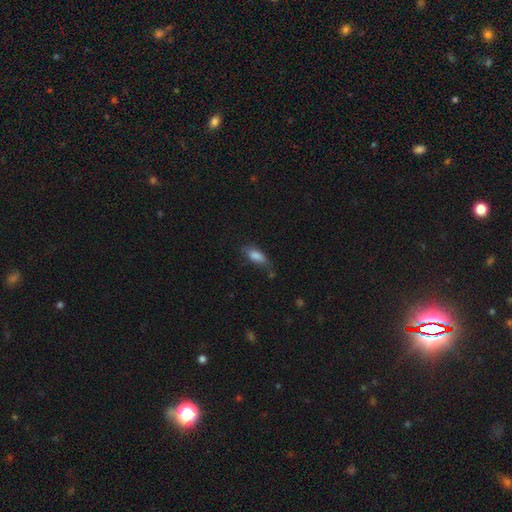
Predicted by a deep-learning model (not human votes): Q: Smooth or featured?
A: smooth (82%); runner-up: featured or disk (10%)
Q: How rounded?
A: in between (80%); runner-up: cigar-shaped (17%)
Q: Merging?
A: none (53%); runner-up: minor disturbance (31%)